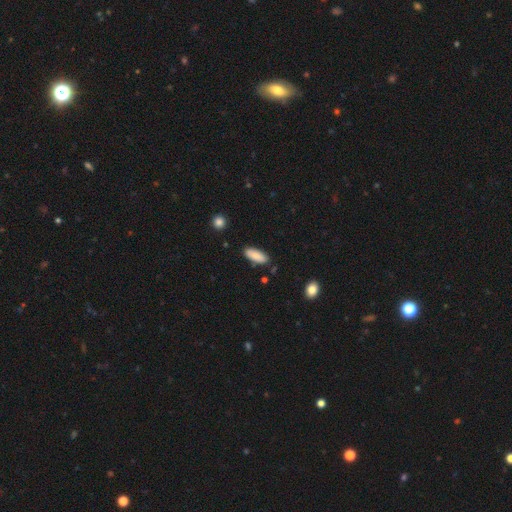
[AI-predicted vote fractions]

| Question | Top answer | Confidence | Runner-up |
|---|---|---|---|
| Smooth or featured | smooth | 88% | star or artifact (6%) |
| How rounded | in between | 72% | cigar-shaped (26%) |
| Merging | none | 85% | minor disturbance (11%) |